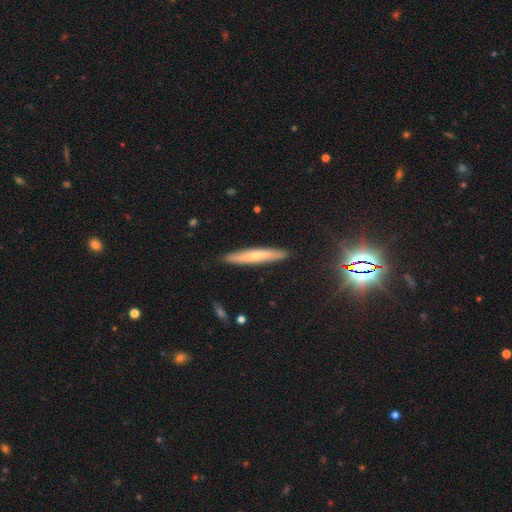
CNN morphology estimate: smooth_or_featured: smooth (p=0.50) [alt: featured or disk p=0.42]
how_rounded: cigar-shaped (p=0.93) [alt: in between p=0.05]
merging: none (p=0.89) [alt: minor disturbance p=0.09]